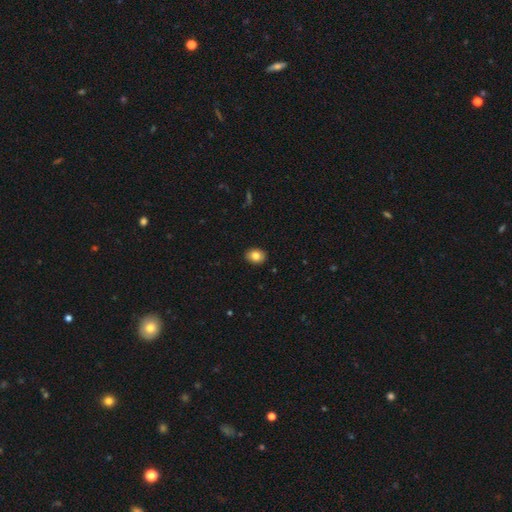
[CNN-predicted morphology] A smooth galaxy with no disk features (82%) that is in between round and cigar-shaped (61%).

Vote fractions:
- Smooth or featured? smooth: 82% / featured or disk: 9% / star or artifact: 9%
- How rounded? in between: 61% / round: 38% / cigar-shaped: 1%
- Merging? none: 90% / minor disturbance: 7% / major disturbance: 2% / merger: 1%